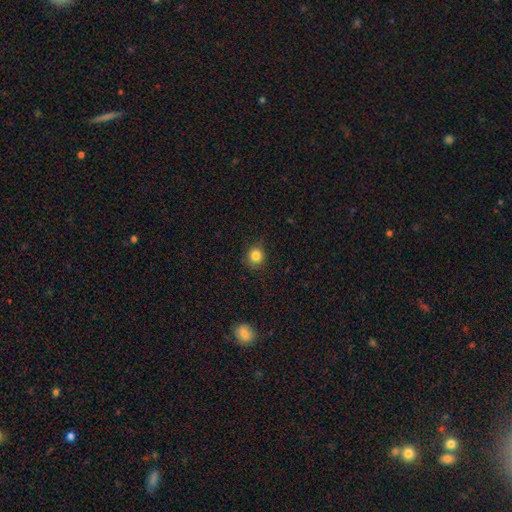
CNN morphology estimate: type=smooth (84%); roundness=round (89%); merging=none (84%).